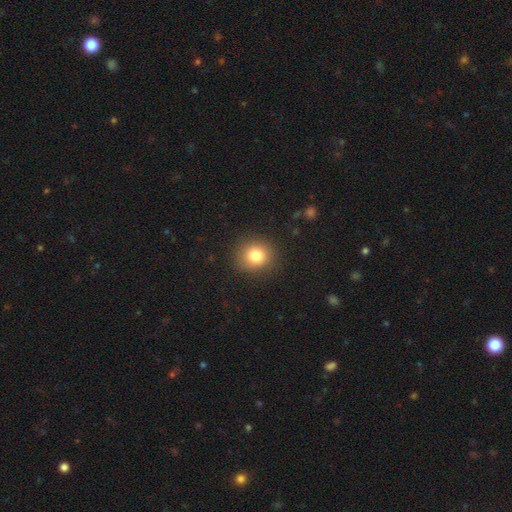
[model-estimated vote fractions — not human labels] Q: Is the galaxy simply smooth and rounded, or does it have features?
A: smooth — 81%.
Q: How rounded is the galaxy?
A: round — 85%.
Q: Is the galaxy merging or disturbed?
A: none — 88%.